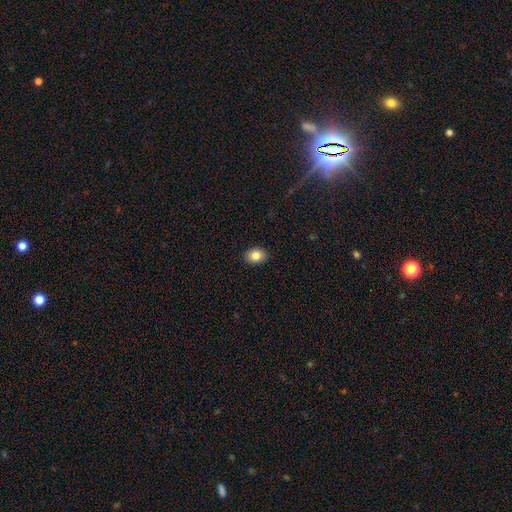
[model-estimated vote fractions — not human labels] smooth_or_featured: smooth (p=0.85) [alt: star or artifact p=0.09]
how_rounded: in between (p=0.68) [alt: round p=0.31]
merging: none (p=0.90) [alt: minor disturbance p=0.07]